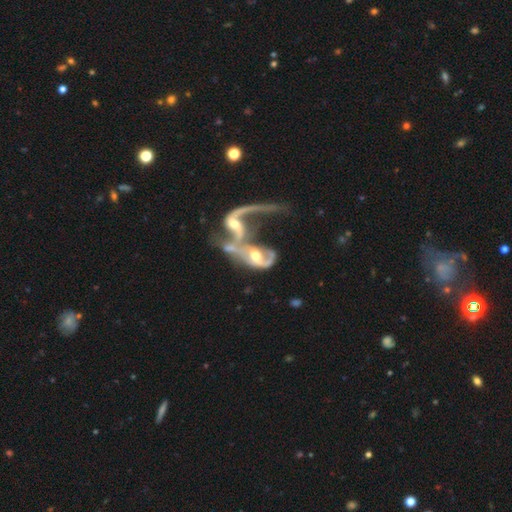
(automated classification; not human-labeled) Smooth or featured: featured or disk — 78% (smooth — 15%)
Edge-on disk: no — 94% (yes — 6%)
Bar: no — 51% (weak — 33%)
Spiral arms: yes — 77% (no — 23%)
Spiral winding: loose — 66% (medium — 24%)
Spiral arm count: 2 — 54% (1 — 27%)
Bulge size: moderate — 64% (small — 21%)
Merging: merger — 78% (major disturbance — 12%)